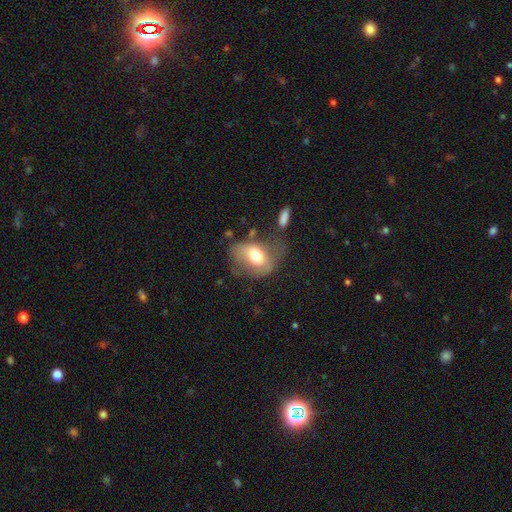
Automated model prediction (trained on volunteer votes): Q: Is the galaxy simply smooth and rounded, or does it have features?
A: smooth — 58%.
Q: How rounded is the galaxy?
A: in between — 78%.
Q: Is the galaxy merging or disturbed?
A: none — 40%.